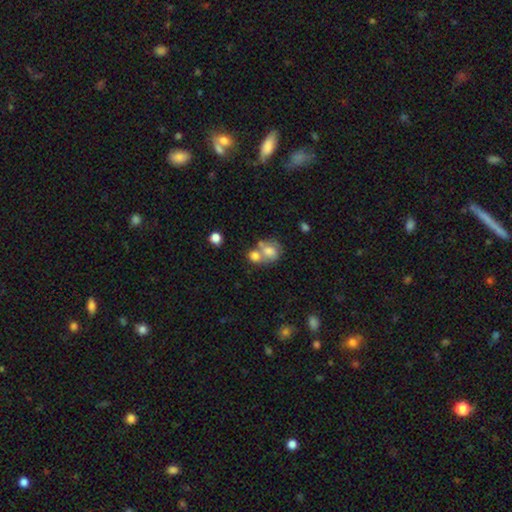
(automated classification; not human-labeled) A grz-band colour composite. It shows a smooth galaxy with no disk features (69%) that is round (60%). Merging: merger (55%).